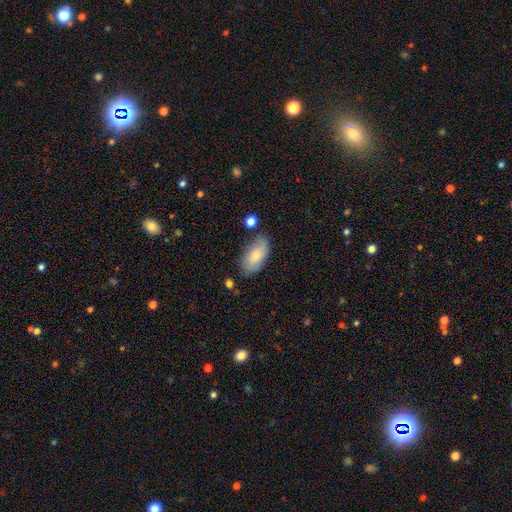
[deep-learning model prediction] The model was most divided on "merging": none: 70%, minor disturbance: 21%, merger: 5%, major disturbance: 5%. More confident: how rounded — in between (93%); smooth or featured — smooth (74%).